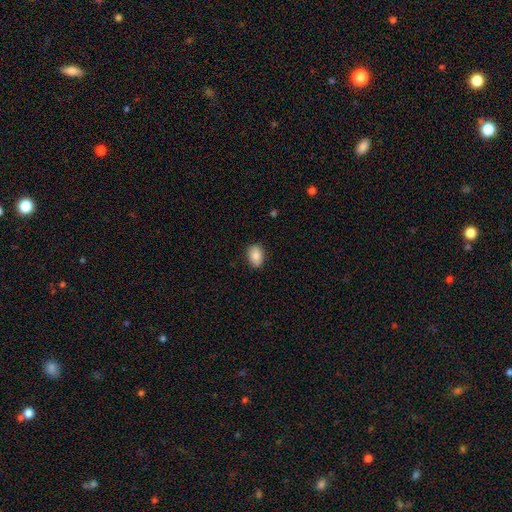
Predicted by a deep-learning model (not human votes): This is clearly a smooth galaxy (86%). How rounded: clearly in between (81%). Merging: clearly none (86%).